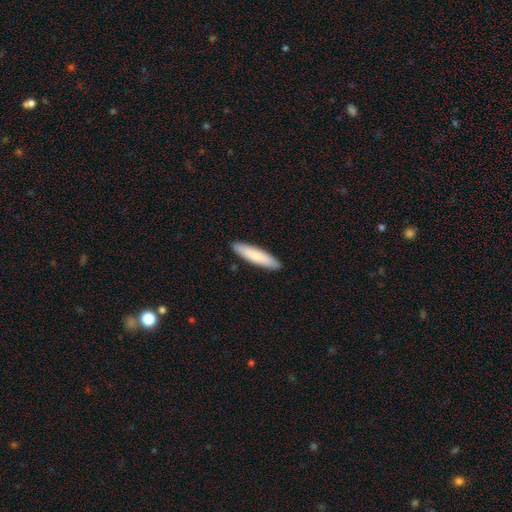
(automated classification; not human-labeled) This appears to be a smooth galaxy with no disk features (82%) that is cigar-shaped (84%). Merging: none (91%).